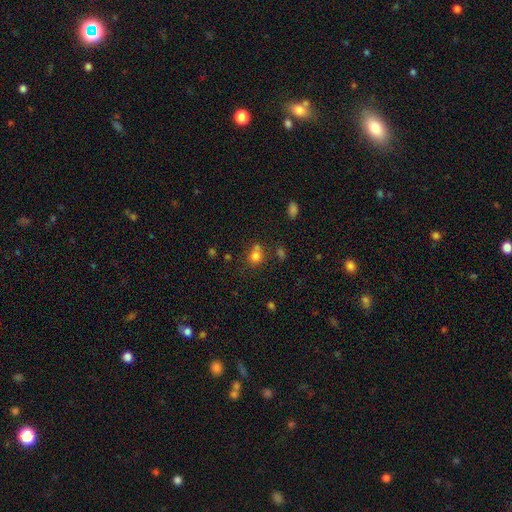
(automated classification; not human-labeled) smooth-or-featured: smooth: 77% | star or artifact: 14% | featured or disk: 8%
  how-rounded: round: 73% | in between: 26% | cigar-shaped: 1%
  merging: none: 55% | merger: 24% | minor disturbance: 15% | major disturbance: 6%